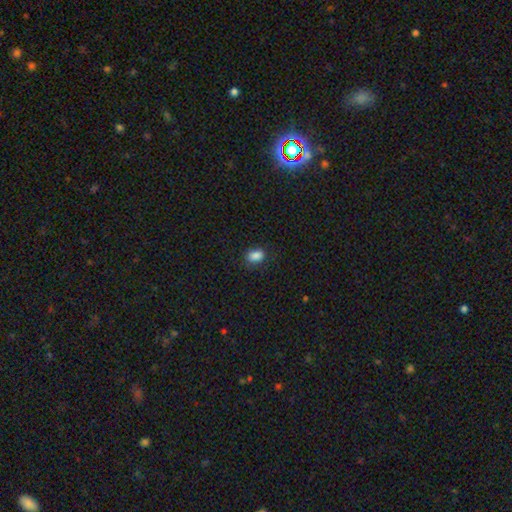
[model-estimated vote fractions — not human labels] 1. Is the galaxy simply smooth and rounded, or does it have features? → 86% smooth, 10% star or artifact, 4% featured or disk.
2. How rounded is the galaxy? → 78% in between, 21% round, 2% cigar-shaped.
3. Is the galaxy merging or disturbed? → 80% none, 15% minor disturbance, 4% major disturbance, 1% merger.